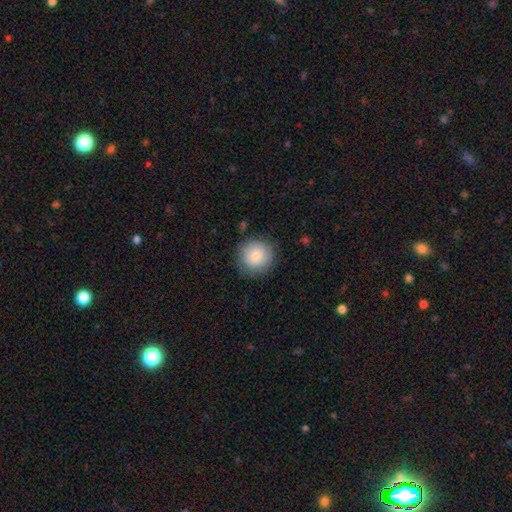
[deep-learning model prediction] A smooth galaxy with no disk features (83%) that is round (92%).

Vote fractions:
- Smooth or featured? smooth: 83% / featured or disk: 10% / star or artifact: 7%
- How rounded? round: 92% / in between: 7% / cigar-shaped: 1%
- Merging? none: 84% / minor disturbance: 12% / major disturbance: 3% / merger: 1%